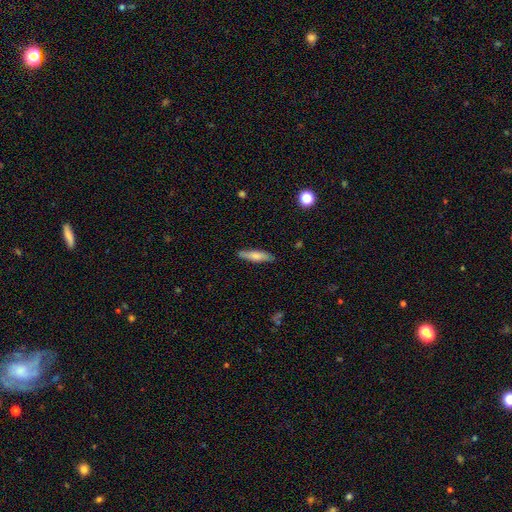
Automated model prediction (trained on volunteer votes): A smooth galaxy with no disk features (70%) that is cigar-shaped (76%).

Vote fractions:
- Smooth or featured? smooth: 70% / featured or disk: 24% / star or artifact: 6%
- How rounded? cigar-shaped: 76% / in between: 22% / round: 2%
- Merging? none: 84% / minor disturbance: 12% / major disturbance: 2% / merger: 1%